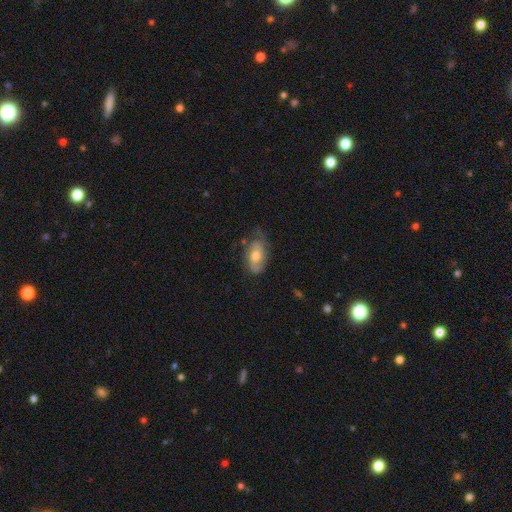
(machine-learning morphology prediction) Smooth or featured: featured or disk — 55% (smooth — 38%)
Edge-on disk: no — 91% (yes — 9%)
Bar: no — 71% (weak — 24%)
Spiral arms: yes — 78% (no — 22%)
Bulge size: moderate — 68% (small — 16%)
Merging: none — 54% (minor disturbance — 30%)